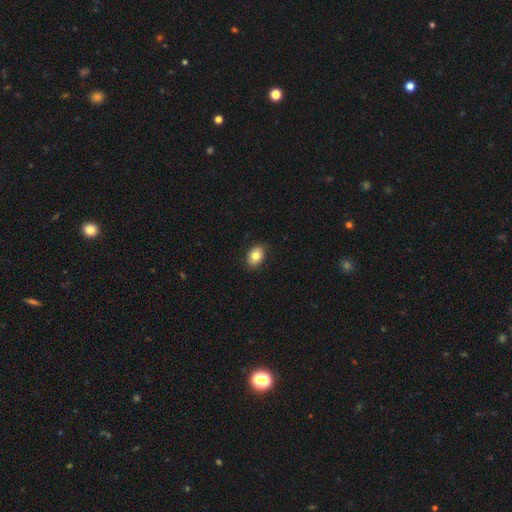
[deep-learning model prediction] smooth-or-featured: smooth: 82% | featured or disk: 9% | star or artifact: 9%
  how-rounded: in between: 74% | round: 25% | cigar-shaped: 1%
  merging: none: 89% | minor disturbance: 8% | major disturbance: 2% | merger: 1%